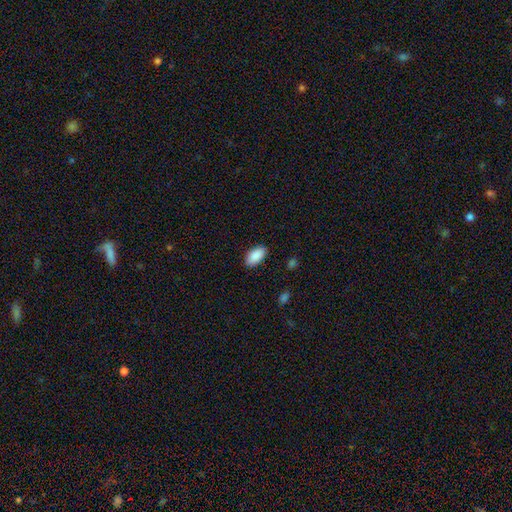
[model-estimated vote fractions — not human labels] Smooth or featured? Predicted: smooth (p=0.90). How rounded? Predicted: in between (p=0.94). Merging? Predicted: none (p=0.88).